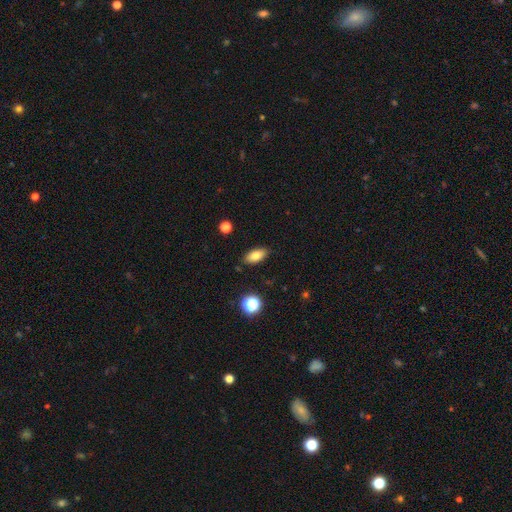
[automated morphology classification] Smooth or featured?
  - smooth: 79% *
  - featured or disk: 11%
  - star or artifact: 9%
How rounded?
  - in between: 87% *
  - cigar-shaped: 8%
  - round: 5%
Merging?
  - none: 86% *
  - minor disturbance: 10%
  - major disturbance: 2%
  - merger: 2%